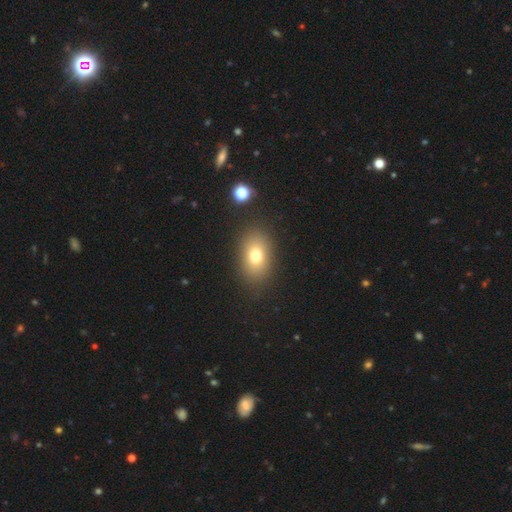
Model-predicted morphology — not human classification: Smooth or featured: smooth — 74% (featured or disk — 13%)
How rounded: in between — 79% (round — 19%)
Merging: none — 84% (minor disturbance — 10%)